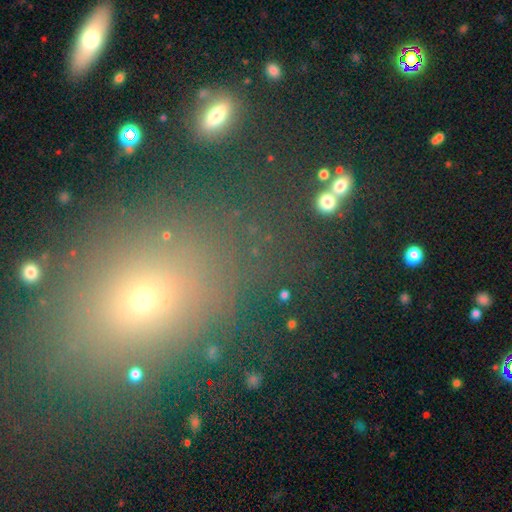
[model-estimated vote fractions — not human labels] smooth 51%, star or artifact 36%, featured or disk 13%. Down the decision tree: how rounded — in between (57%); merging — none (80%).